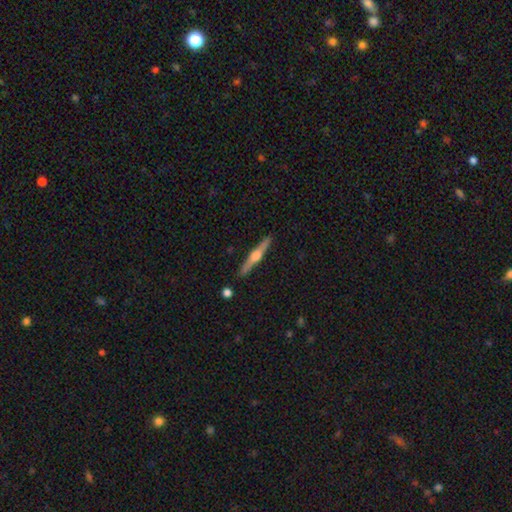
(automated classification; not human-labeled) Smooth or featured: featured or disk — 76% (smooth — 19%)
Edge-on disk: yes — 98% (no — 2%)
Edge-on bulge: rounded — 93% (boxy — 4%)
Merging: none — 91% (minor disturbance — 6%)